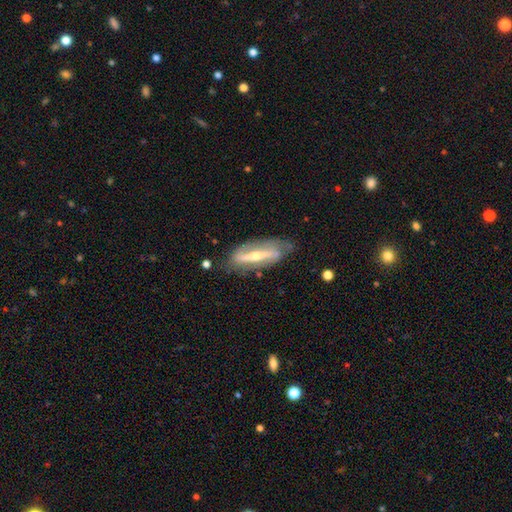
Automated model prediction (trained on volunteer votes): A featured or disk galaxy (82%) with a strong bar (68%), 2 (86%) loose (48%) spiral arms (86%) and a moderate central bulge (50%). Merging: none (75%).